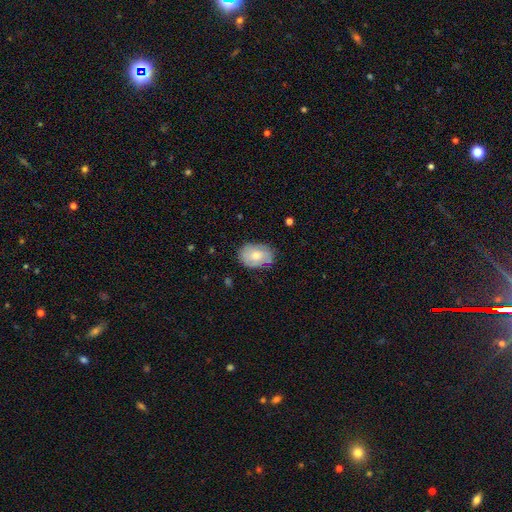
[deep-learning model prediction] Smooth or featured?
  - smooth: 64% *
  - featured or disk: 29%
  - star or artifact: 7%
How rounded?
  - in between: 76% *
  - round: 23%
  - cigar-shaped: 1%
Merging?
  - none: 73% *
  - minor disturbance: 21%
  - major disturbance: 5%
  - merger: 1%